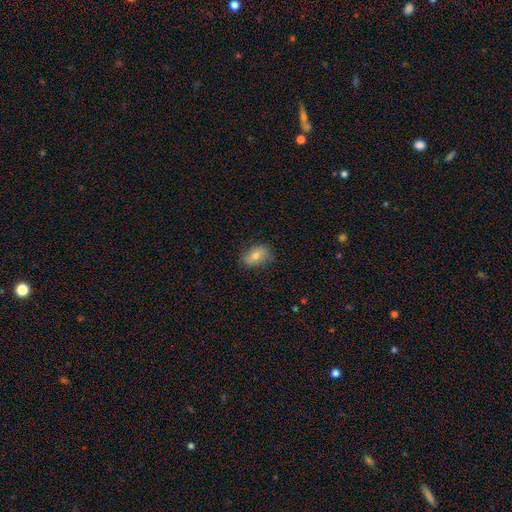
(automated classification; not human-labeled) smooth-or-featured: smooth: 70% | featured or disk: 20% | star or artifact: 9%
  how-rounded: in between: 84% | round: 14% | cigar-shaped: 2%
  merging: none: 80% | minor disturbance: 16% | major disturbance: 3% | merger: 1%